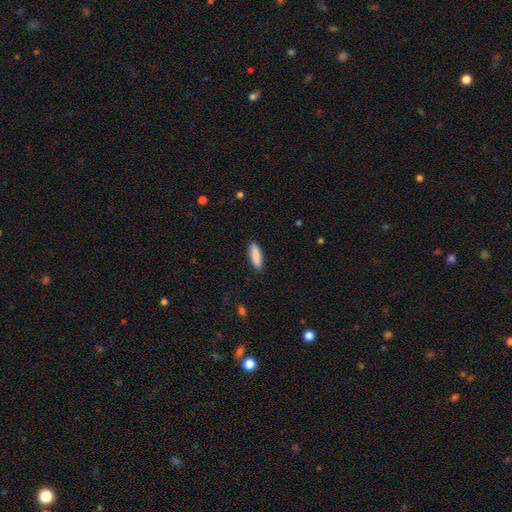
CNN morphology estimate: Smooth or featured?
  - smooth: 88% *
  - featured or disk: 6%
  - star or artifact: 6%
How rounded?
  - cigar-shaped: 53% *
  - in between: 45%
  - round: 2%
Merging?
  - none: 88% *
  - minor disturbance: 9%
  - major disturbance: 2%
  - merger: 1%